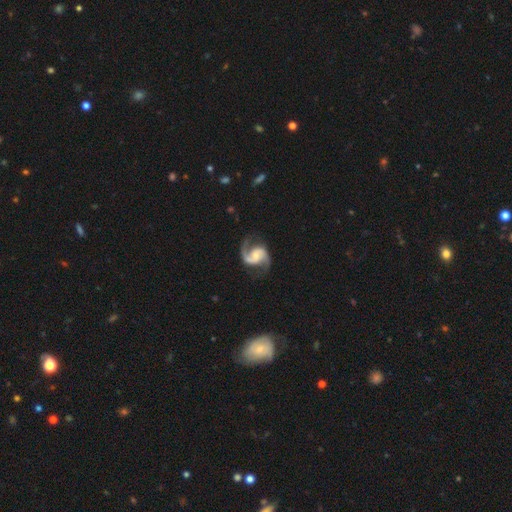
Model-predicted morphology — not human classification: Smooth or featured? Predicted: featured or disk (p=0.91). Edge-on disk? Predicted: no (p=0.98). Bar? Predicted: no (p=0.49). Spiral arms? Predicted: yes (p=0.98). Spiral winding? Predicted: medium (p=0.55). Spiral arm count? Predicted: 2 (p=0.93). Bulge size? Predicted: small (p=0.44). Merging? Predicted: none (p=0.77).